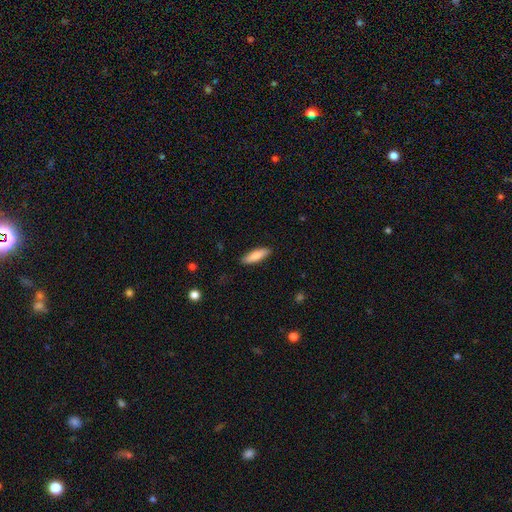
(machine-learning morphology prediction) Q: Smooth or featured?
A: smooth (81%); runner-up: featured or disk (13%)
Q: How rounded?
A: cigar-shaped (55%); runner-up: in between (43%)
Q: Merging?
A: none (88%); runner-up: minor disturbance (9%)